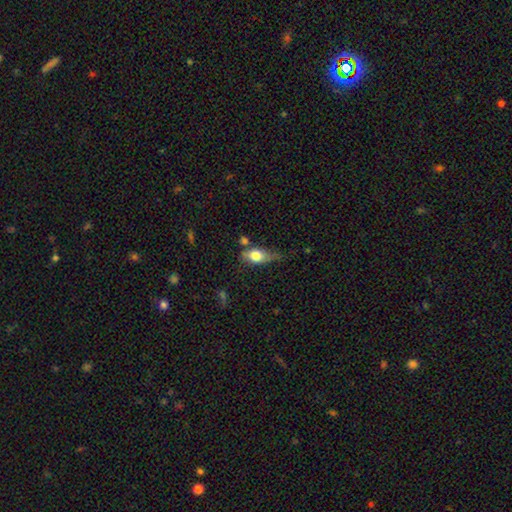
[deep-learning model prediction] Smooth or featured? Predicted: smooth (p=0.70). How rounded? Predicted: in between (p=0.75). Merging? Predicted: none (p=0.38).